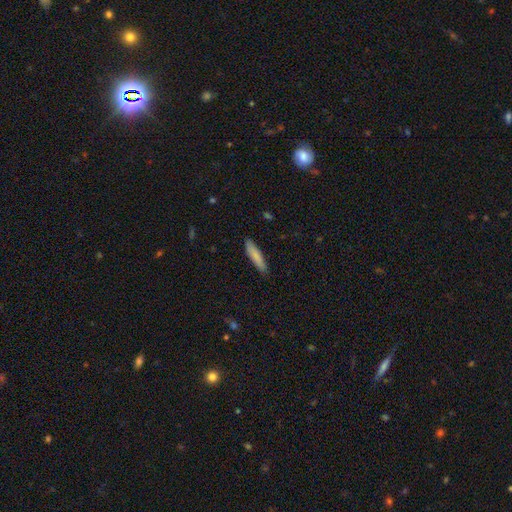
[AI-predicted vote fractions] smooth_or_featured: smooth (p=0.83) [alt: featured or disk p=0.12]
how_rounded: cigar-shaped (p=0.82) [alt: in between p=0.16]
merging: none (p=0.86) [alt: minor disturbance p=0.11]